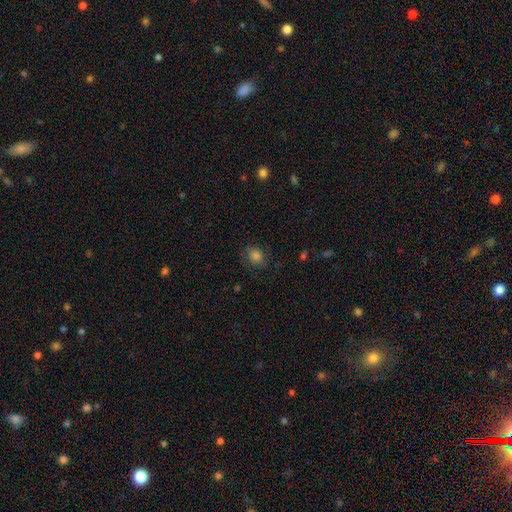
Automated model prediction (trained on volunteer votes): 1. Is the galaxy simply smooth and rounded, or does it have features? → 78% smooth, 13% star or artifact, 9% featured or disk.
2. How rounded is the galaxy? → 57% round, 42% in between, 1% cigar-shaped.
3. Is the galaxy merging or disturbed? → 75% none, 17% minor disturbance, 7% major disturbance, 1% merger.